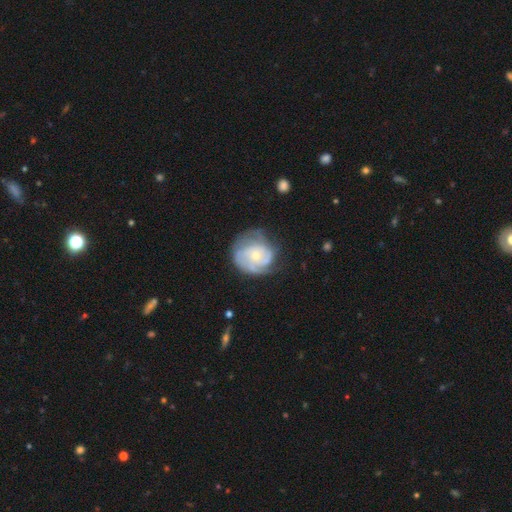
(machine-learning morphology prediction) This is likely a featured or disk galaxy (69%). It is clearly not viewed edge-on (98%). Bar: clearly no (82%). Spiral arm pattern: clearly yes (83%). Spiral arm count: marginally can't tell (41%). Spiral winding: possibly tight (56%). Central bulge: likely small (67%). Merging: possibly none (55%).